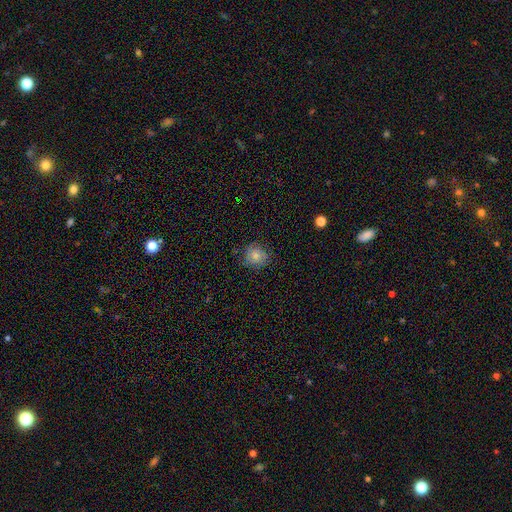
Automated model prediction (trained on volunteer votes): The model was most divided on "smooth or featured": smooth: 71%, featured or disk: 19%, star or artifact: 10%. More confident: how rounded — round (81%); merging — none (76%).